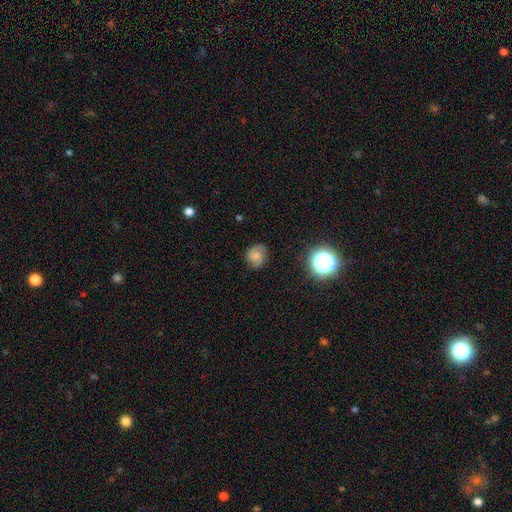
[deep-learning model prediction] Q: Smooth or featured?
A: smooth (53%); runner-up: featured or disk (33%)
Q: How rounded?
A: round (67%); runner-up: in between (32%)
Q: Merging?
A: none (72%); runner-up: minor disturbance (20%)